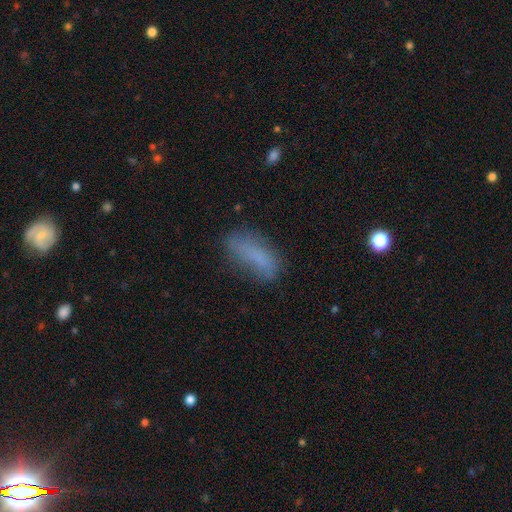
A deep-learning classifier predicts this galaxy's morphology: Overall: smooth (73%). How rounded: in between (69%). Merging: none (61%; minor disturbance 26%).